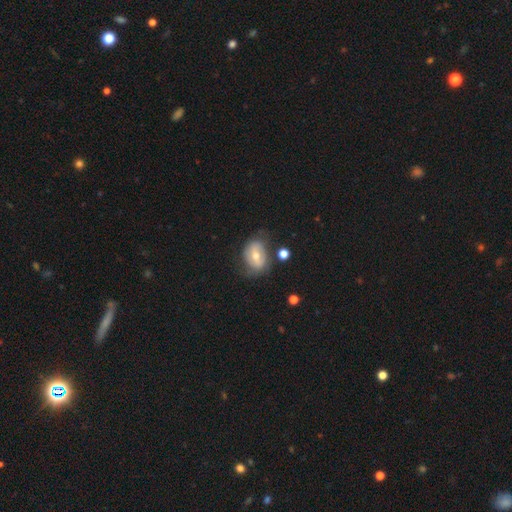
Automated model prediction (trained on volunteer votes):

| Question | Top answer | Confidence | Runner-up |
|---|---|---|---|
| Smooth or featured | smooth | 48% | featured or disk (44%) |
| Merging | none | 59% | minor disturbance (26%) |